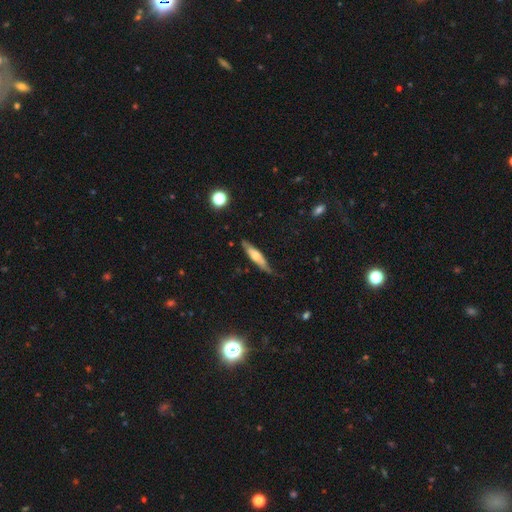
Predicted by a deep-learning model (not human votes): This is possibly a featured or disk galaxy (47%, tied with smooth). Merging: likely none (69%).